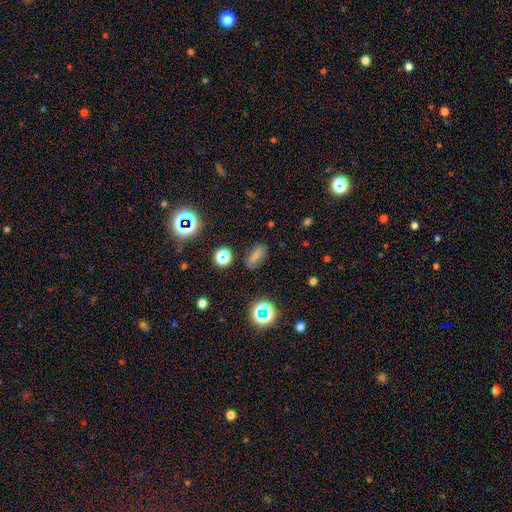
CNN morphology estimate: type=smooth (66%); roundness=in between (77%); merging=none (79%).